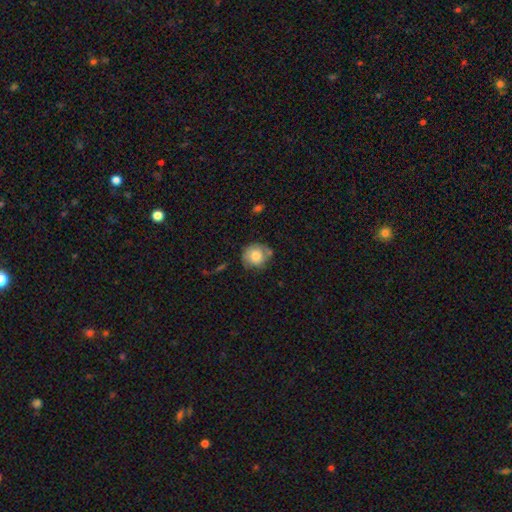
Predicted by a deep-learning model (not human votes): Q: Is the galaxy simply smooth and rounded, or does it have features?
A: smooth — 77%.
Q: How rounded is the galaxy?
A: round — 86%.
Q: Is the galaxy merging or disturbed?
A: none — 62%.